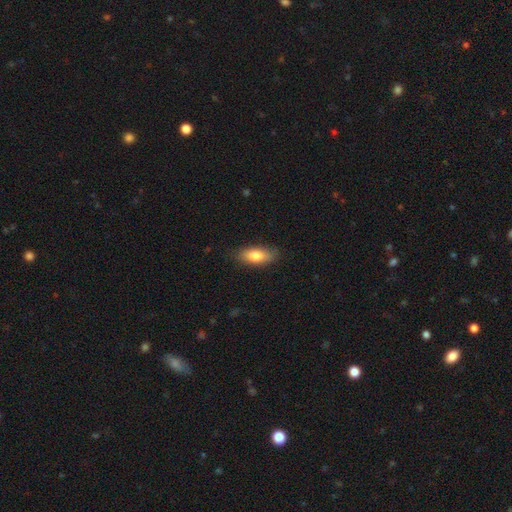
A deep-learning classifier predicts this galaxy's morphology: This is clearly a smooth galaxy (80%). How rounded: clearly in between (80%). Merging: clearly none (83%).